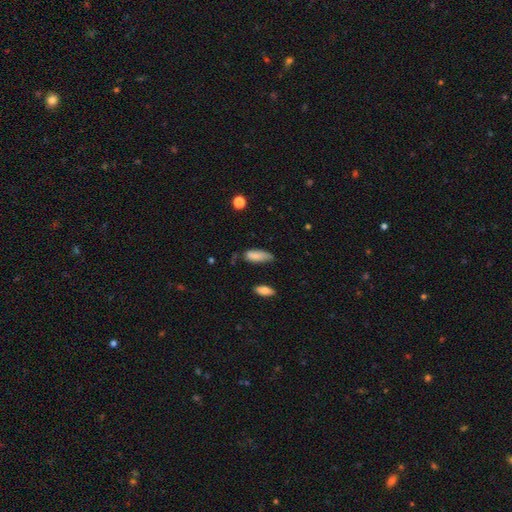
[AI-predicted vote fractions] This is clearly a smooth galaxy (82%). How rounded: likely in between (76%). Merging: possibly none (51%).